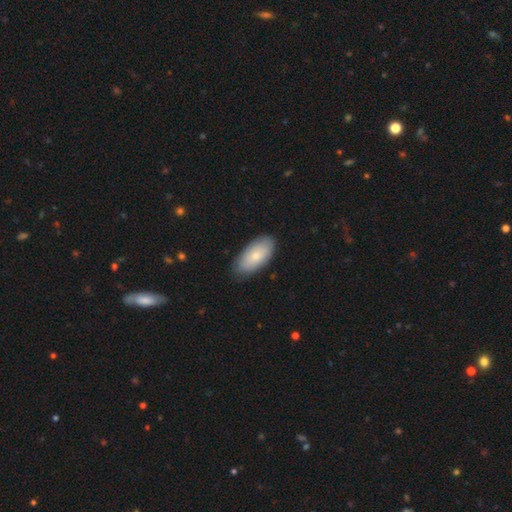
Smooth or featured? smooth (71%)
How rounded? in between (93%)
Merging? none (72%)